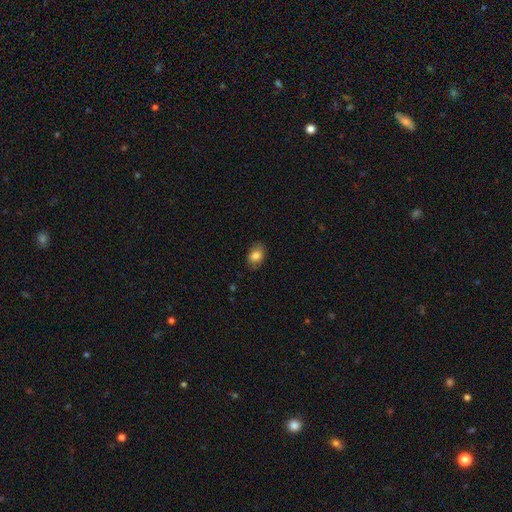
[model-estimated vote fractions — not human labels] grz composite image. It shows a smooth galaxy with no disk features (82%) that is in between round and cigar-shaped (79%). Merging: none (81%).